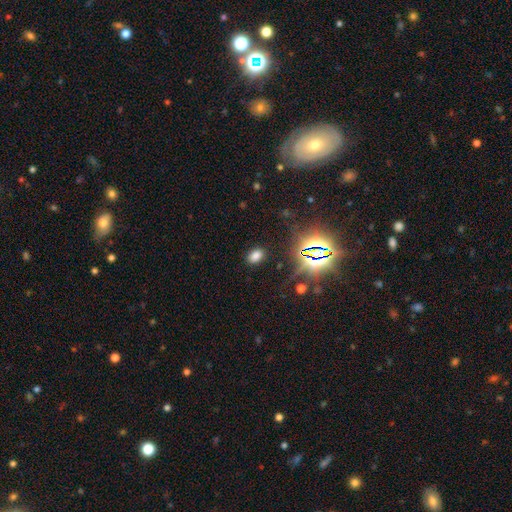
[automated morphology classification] Q: Smooth or featured?
A: smooth (69%); runner-up: star or artifact (25%)
Q: How rounded?
A: in between (85%); runner-up: round (14%)
Q: Merging?
A: none (86%); runner-up: minor disturbance (8%)